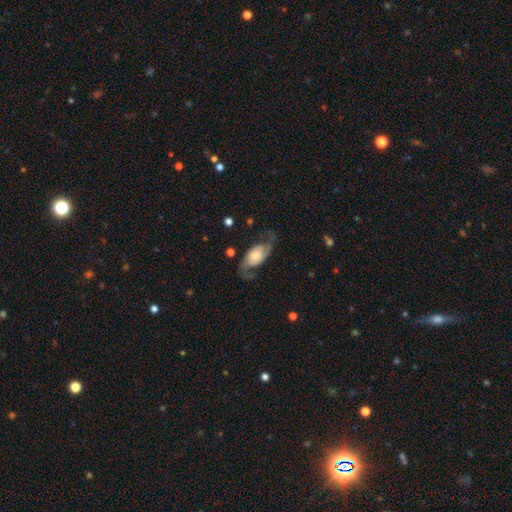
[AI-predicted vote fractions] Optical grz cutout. It shows a featured or disk galaxy (76%) with no bar (64%), 2 (92%) loose (58%) spiral arms (92%) and a large central bulge (32%). Merging: none (65%).